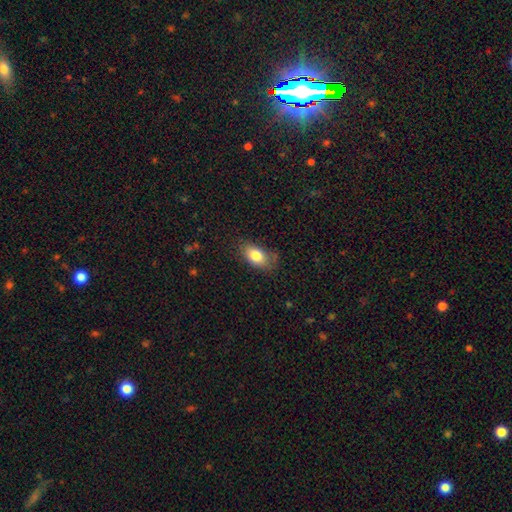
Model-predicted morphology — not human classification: Q: Smooth or featured?
A: smooth (81%); runner-up: featured or disk (11%)
Q: How rounded?
A: in between (88%); runner-up: round (9%)
Q: Merging?
A: none (74%); runner-up: minor disturbance (20%)